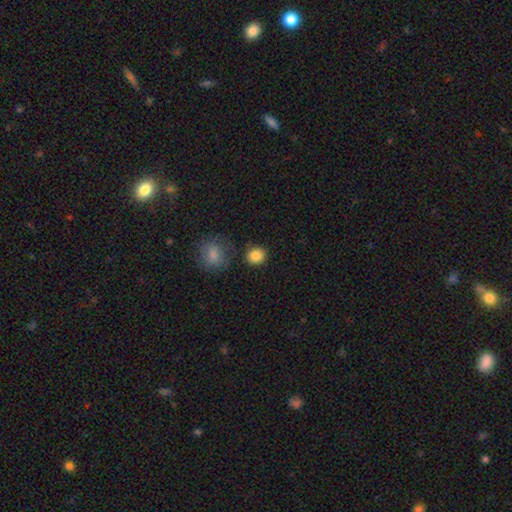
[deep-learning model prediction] This appears to be a smooth galaxy with no disk features (85%) that is round (85%). Merging: none (83%).